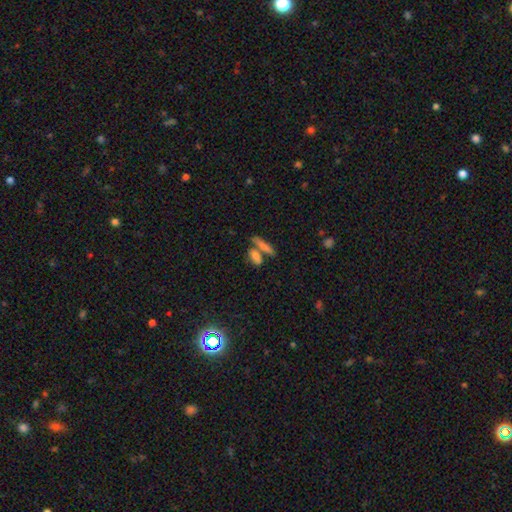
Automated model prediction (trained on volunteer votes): smooth 74%, featured or disk 16%, star or artifact 10%. Down the decision tree: how rounded — in between (47%, tied with cigar-shaped); merging — none (49%).